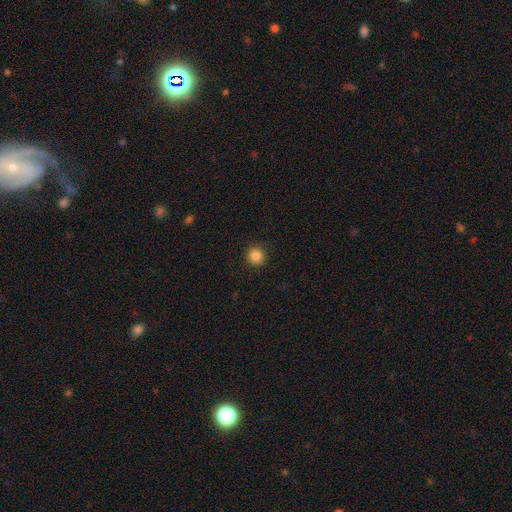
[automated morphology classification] Smooth or featured?
  - smooth: 85% *
  - star or artifact: 11%
  - featured or disk: 4%
How rounded?
  - round: 94% *
  - in between: 5%
  - cigar-shaped: 1%
Merging?
  - none: 93% *
  - minor disturbance: 5%
  - major disturbance: 2%
  - merger: 1%